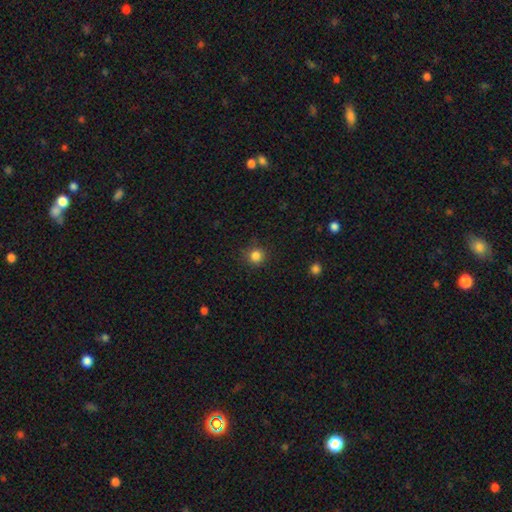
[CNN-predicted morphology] This appears to be a smooth galaxy with no disk features (84%) that is round (94%). Merging: none (88%).